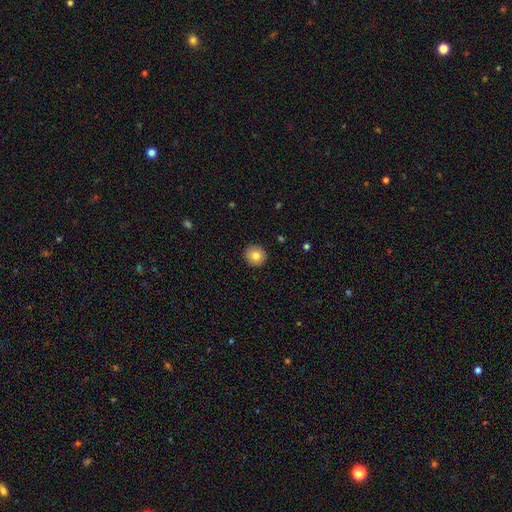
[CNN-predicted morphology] Smooth or featured? Predicted: smooth (p=0.82). How rounded? Predicted: round (p=0.93). Merging? Predicted: none (p=0.92).